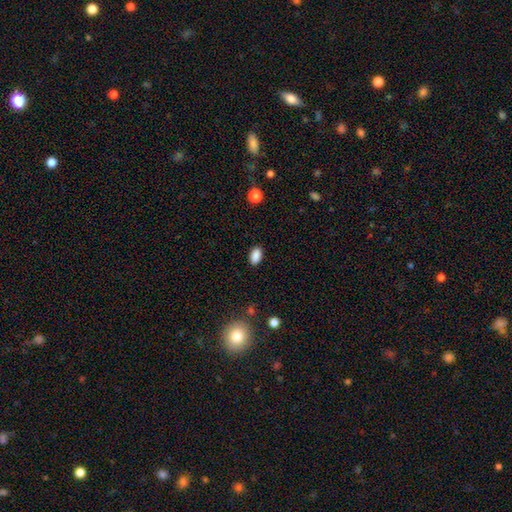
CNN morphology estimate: A smooth galaxy with no disk features (88%) that is in between round and cigar-shaped (91%).

Vote fractions:
- Smooth or featured? smooth: 88% / star or artifact: 9% / featured or disk: 3%
- How rounded? in between: 91% / round: 7% / cigar-shaped: 2%
- Merging? none: 88% / minor disturbance: 8% / major disturbance: 2% / merger: 1%